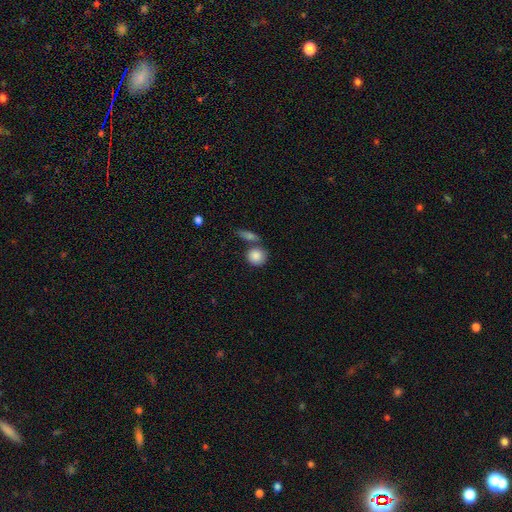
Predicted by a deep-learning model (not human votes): Smooth or featured?
  - smooth: 86% *
  - star or artifact: 7%
  - featured or disk: 6%
How rounded?
  - round: 83% *
  - in between: 15%
  - cigar-shaped: 2%
Merging?
  - none: 58% *
  - merger: 26%
  - minor disturbance: 12%
  - major disturbance: 5%